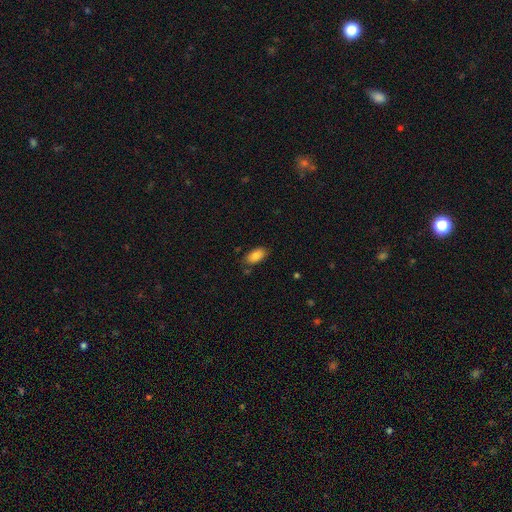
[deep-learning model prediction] smooth-or-featured: smooth: 83% | featured or disk: 9% | star or artifact: 8%
  how-rounded: in between: 93% | round: 4% | cigar-shaped: 3%
  merging: none: 81% | minor disturbance: 14% | major disturbance: 3% | merger: 2%